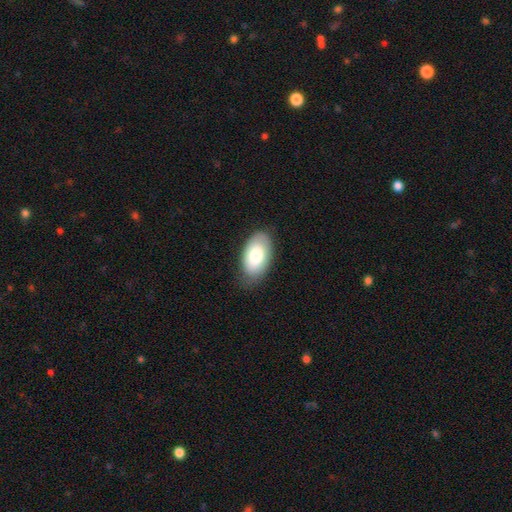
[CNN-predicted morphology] smooth_or_featured: smooth (p=0.80) [alt: featured or disk p=0.14]
how_rounded: in between (p=0.95) [alt: round p=0.04]
merging: none (p=0.76) [alt: minor disturbance p=0.19]